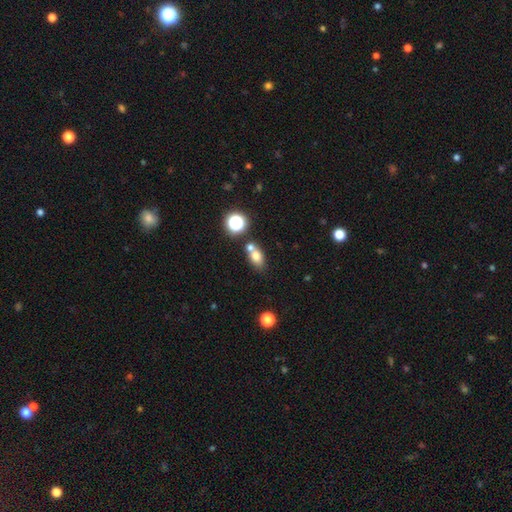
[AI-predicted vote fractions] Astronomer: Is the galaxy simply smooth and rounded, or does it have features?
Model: smooth — 73%.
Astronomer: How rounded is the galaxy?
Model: in between — 72%.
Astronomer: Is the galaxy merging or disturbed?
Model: none — 52% (runner-up: merger, 33%).